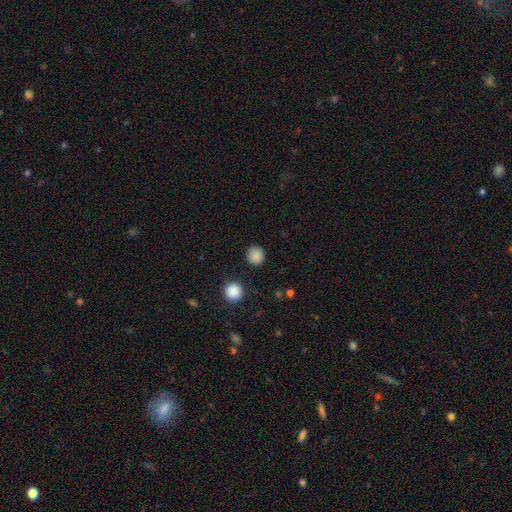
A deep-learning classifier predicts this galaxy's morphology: type=smooth (85%); roundness=round (89%); merging=none (88%).